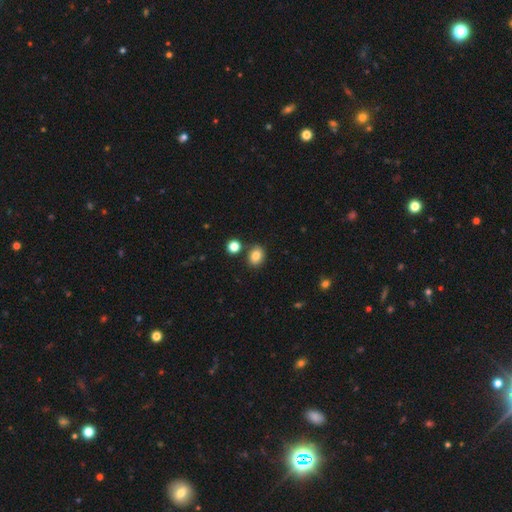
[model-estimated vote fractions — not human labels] Morphology: type=smooth (82%); roundness=in between (51%); merging=none (81%).